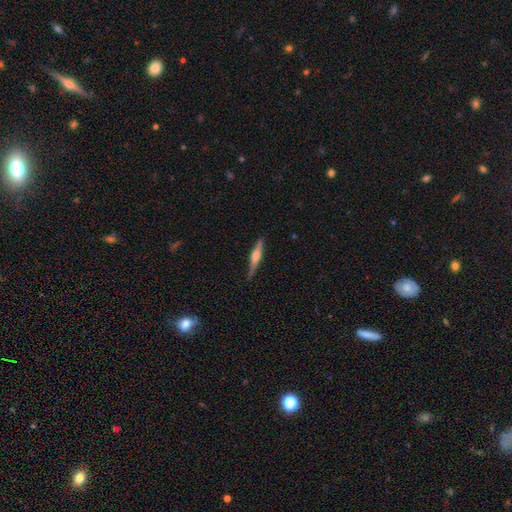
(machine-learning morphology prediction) Smooth or featured?
  - featured or disk: 59% *
  - smooth: 36%
  - star or artifact: 5%
Edge-on disk?
  - yes: 96% *
  - no: 4%
Edge-on bulge?
  - rounded: 85% *
  - boxy: 8%
  - none: 7%
Merging?
  - none: 84% *
  - minor disturbance: 12%
  - major disturbance: 2%
  - merger: 1%